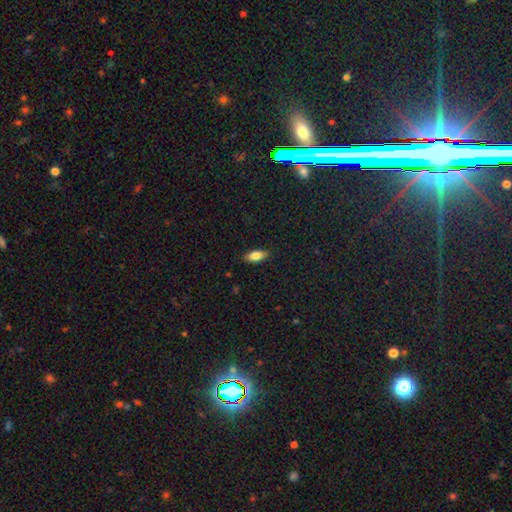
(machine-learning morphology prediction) A smooth galaxy with no disk features (81%) that is in between round and cigar-shaped (82%).

Vote fractions:
- Smooth or featured? smooth: 81% / featured or disk: 12% / star or artifact: 7%
- How rounded? in between: 82% / cigar-shaped: 15% / round: 3%
- Merging? none: 87% / minor disturbance: 10% / major disturbance: 2% / merger: 1%